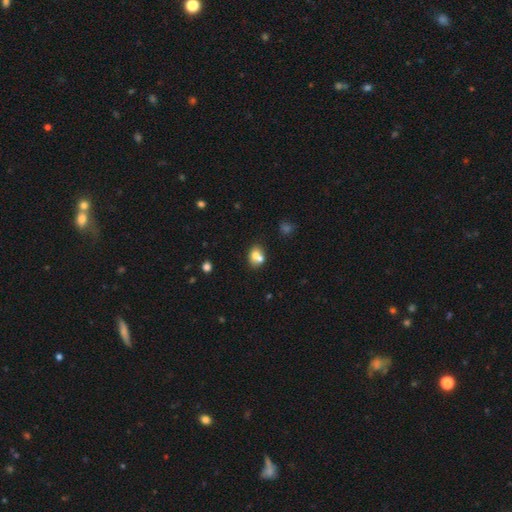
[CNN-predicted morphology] The model was most divided on "how rounded": in between: 52%, round: 47%, cigar-shaped: 1%. Remaining: smooth or featured — smooth (70%); merging — merger (49%).